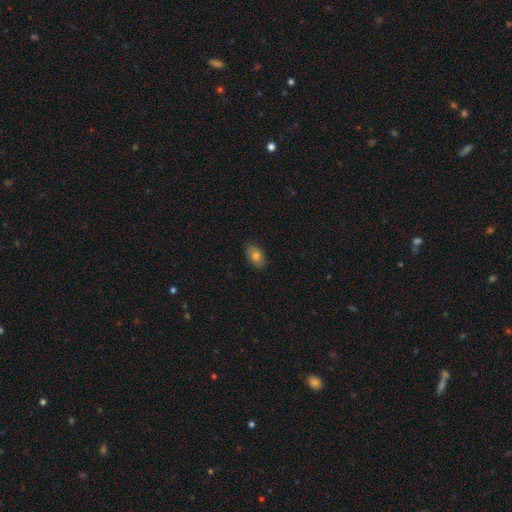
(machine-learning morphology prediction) smooth 80%, featured or disk 11%, star or artifact 8%. Down the decision tree: how rounded — in between (91%); merging — none (86%).